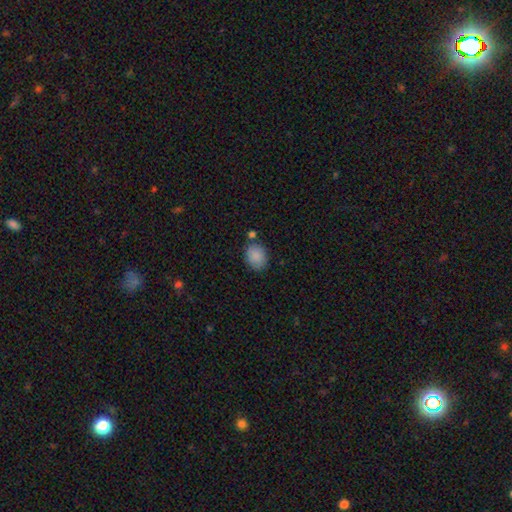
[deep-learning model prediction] Morphology: type=smooth (88%); roundness=in between (51%); merging=none (76%).